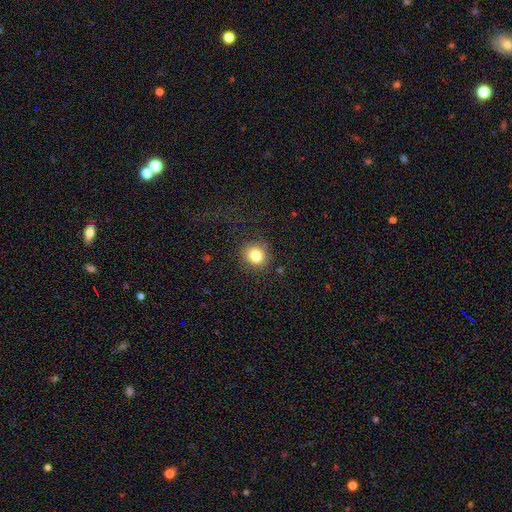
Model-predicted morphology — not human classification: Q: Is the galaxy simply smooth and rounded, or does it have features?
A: smooth — 82%.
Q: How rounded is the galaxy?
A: round — 82%.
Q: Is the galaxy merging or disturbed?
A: none — 83%.